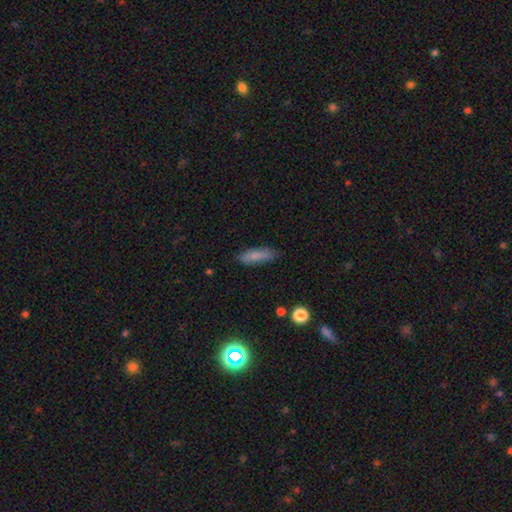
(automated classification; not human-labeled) smooth_or_featured: smooth (p=0.81) [alt: featured or disk p=0.11]
how_rounded: in between (p=0.51) [alt: cigar-shaped p=0.47]
merging: none (p=0.77) [alt: minor disturbance p=0.18]